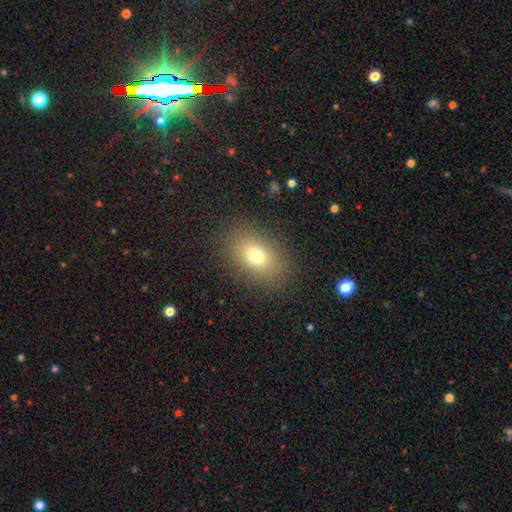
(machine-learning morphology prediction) smooth-or-featured: smooth: 75% | star or artifact: 13% | featured or disk: 12%
  how-rounded: in between: 80% | round: 19% | cigar-shaped: 2%
  merging: none: 86% | minor disturbance: 9% | major disturbance: 4% | merger: 1%